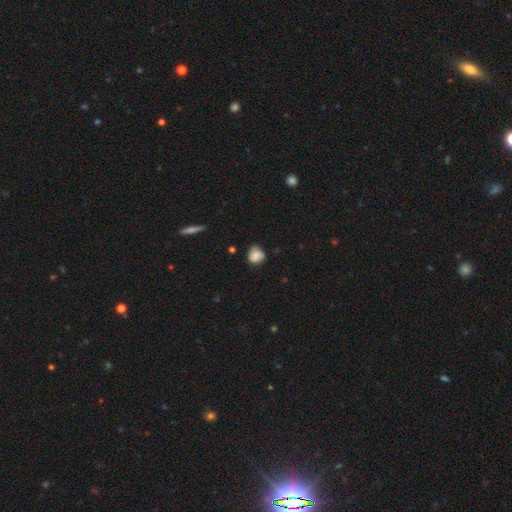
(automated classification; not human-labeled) This is likely a smooth galaxy (76%). How rounded: likely round (74%). Merging: likely none (60%).